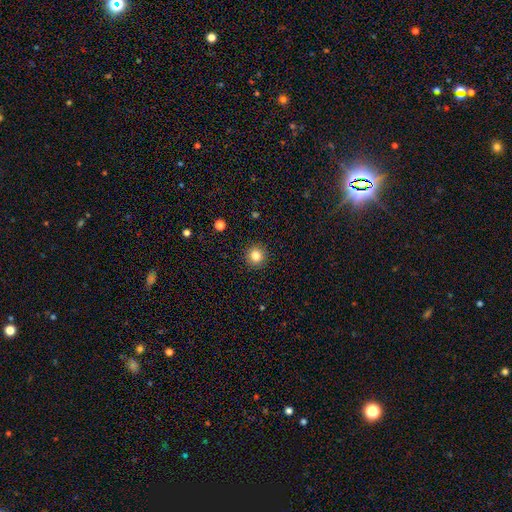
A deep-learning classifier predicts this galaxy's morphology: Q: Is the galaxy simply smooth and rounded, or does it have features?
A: smooth — 83%.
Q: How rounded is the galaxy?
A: round — 93%.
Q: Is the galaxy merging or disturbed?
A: none — 92%.